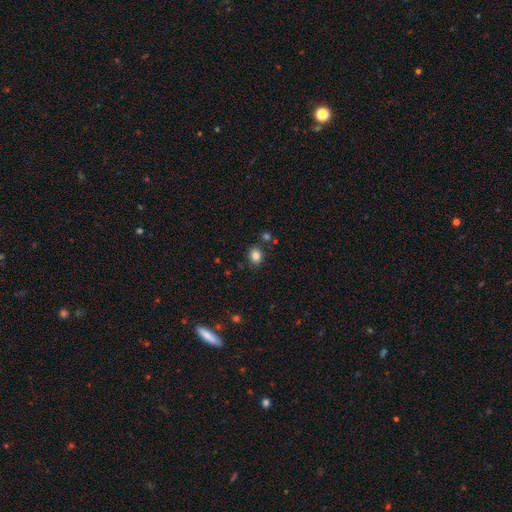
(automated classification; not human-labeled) Smooth or featured?
  - smooth: 84% *
  - star or artifact: 11%
  - featured or disk: 5%
How rounded?
  - round: 62% *
  - in between: 37%
  - cigar-shaped: 1%
Merging?
  - none: 83% *
  - minor disturbance: 10%
  - merger: 4%
  - major disturbance: 3%